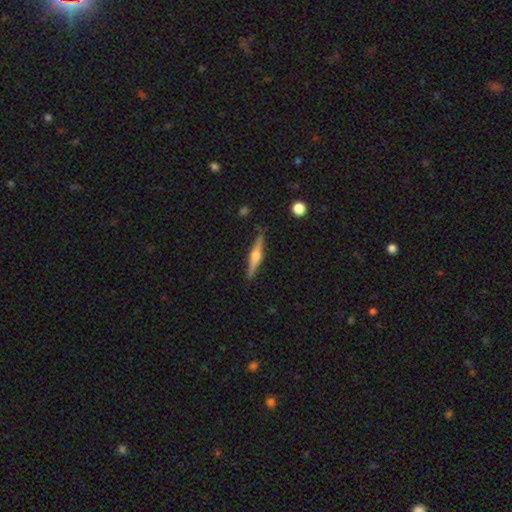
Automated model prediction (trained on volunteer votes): Morphology: type=featured or disk (68%); edge-on=yes (97%); edge-on bulge=rounded (92%); merging=none (87%).